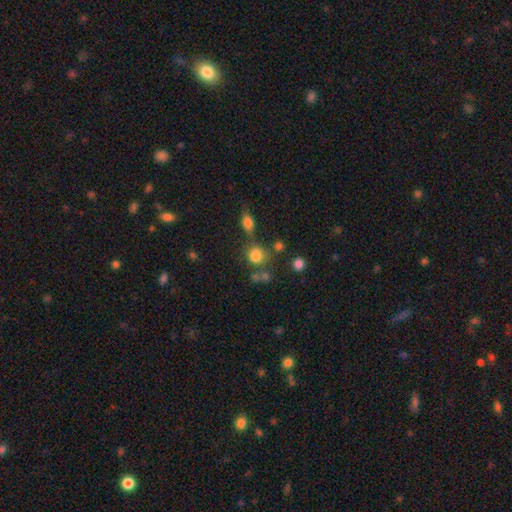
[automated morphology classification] Overall: smooth (78%). How rounded: round (74%). Merging: none (58%; merger 20%).